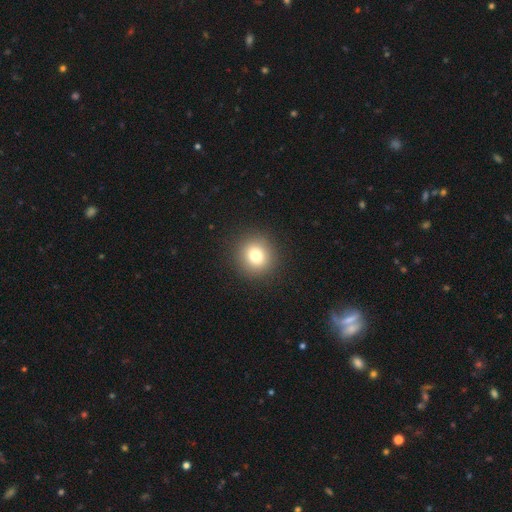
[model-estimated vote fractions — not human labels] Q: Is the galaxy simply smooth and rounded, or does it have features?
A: smooth — 78%.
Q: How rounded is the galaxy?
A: round — 92%.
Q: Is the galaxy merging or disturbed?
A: none — 91%.